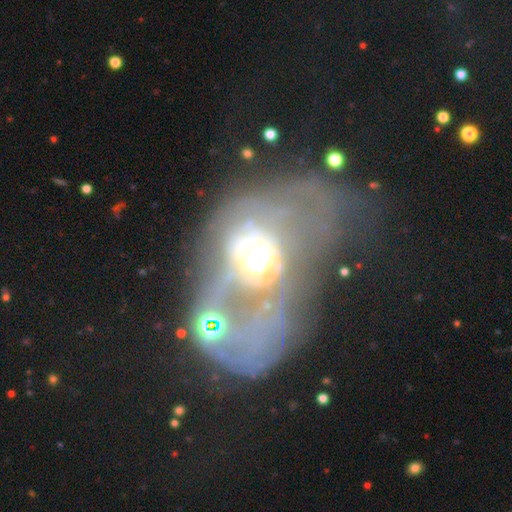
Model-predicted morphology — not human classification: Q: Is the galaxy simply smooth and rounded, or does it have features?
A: featured or disk — 67%.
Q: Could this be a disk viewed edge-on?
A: no — 94%.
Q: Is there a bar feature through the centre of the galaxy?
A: no — 76%.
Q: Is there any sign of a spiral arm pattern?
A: no — 62%.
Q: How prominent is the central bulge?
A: moderate — 51%.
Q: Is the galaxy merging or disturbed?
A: major disturbance — 41%.